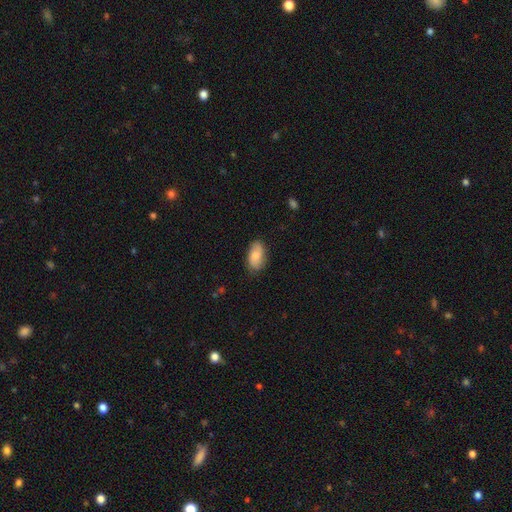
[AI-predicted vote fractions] This appears to be a smooth galaxy with no disk features (74%) that is in between round and cigar-shaped (92%). Merging: none (78%).